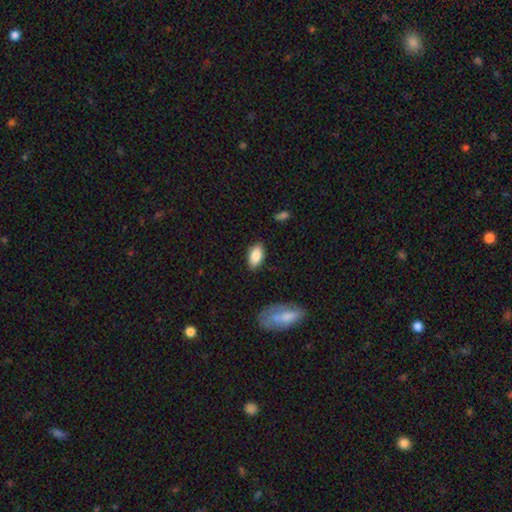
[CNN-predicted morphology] Smooth or featured: smooth — 85% (featured or disk — 8%)
How rounded: in between — 93% (cigar-shaped — 4%)
Merging: none — 86% (minor disturbance — 11%)